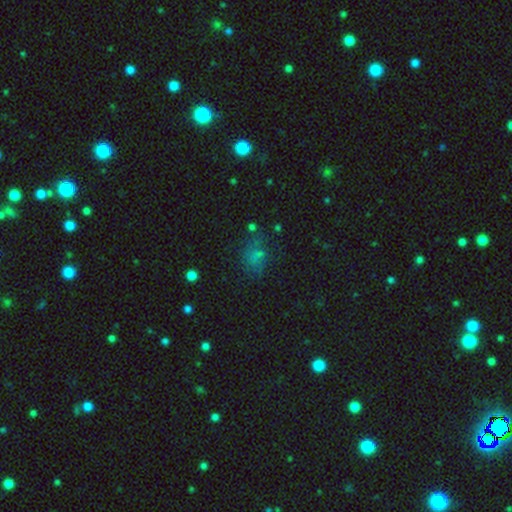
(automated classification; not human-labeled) A smooth galaxy with no disk features (57%) that is in between round and cigar-shaped (69%).

Vote fractions:
- Smooth or featured? smooth: 57% / star or artifact: 26% / featured or disk: 17%
- How rounded? in between: 69% / round: 29% / cigar-shaped: 2%
- Merging? none: 54% / minor disturbance: 23% / major disturbance: 18% / merger: 5%